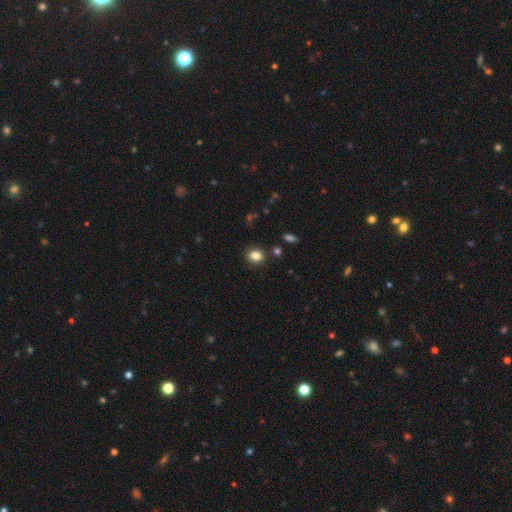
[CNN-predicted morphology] Overall: smooth (84%). How rounded: round (55%; in between 44%). Merging: none (87%).